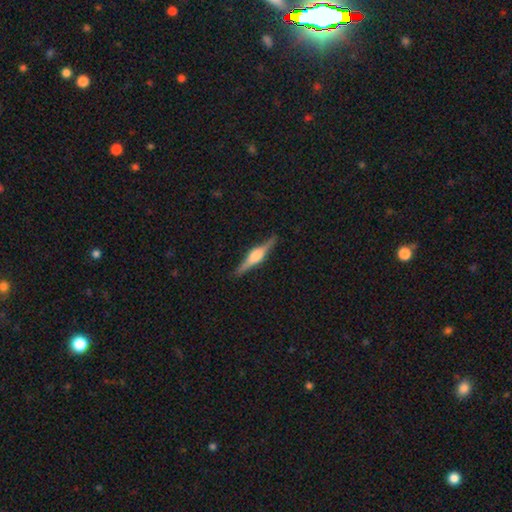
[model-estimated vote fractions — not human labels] featured or disk 77%, smooth 17%, star or artifact 6%. Down the decision tree: edge-on disk — yes (98%); edge-on bulge — rounded (82%); merging — none (90%).